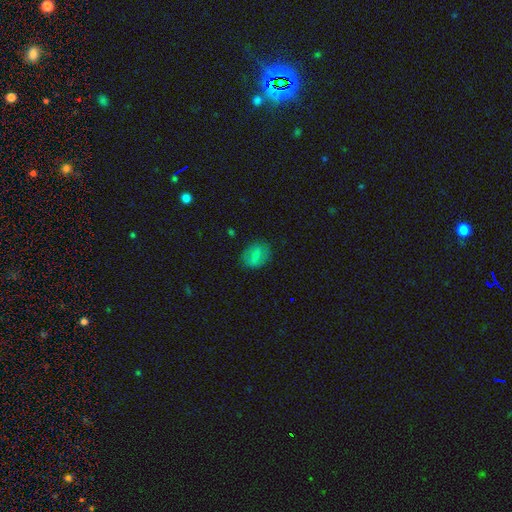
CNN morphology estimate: type=smooth (72%); roundness=in between (60%); merging=none (79%).